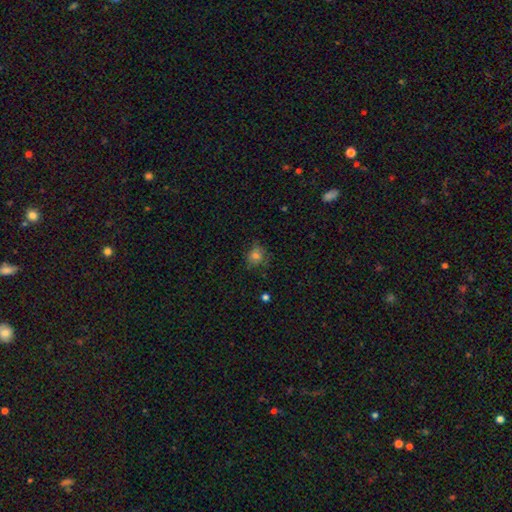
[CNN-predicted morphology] smooth_or_featured: smooth (p=0.75) [alt: star or artifact p=0.13]
how_rounded: round (p=0.69) [alt: in between p=0.30]
merging: none (p=0.66) [alt: minor disturbance p=0.24]